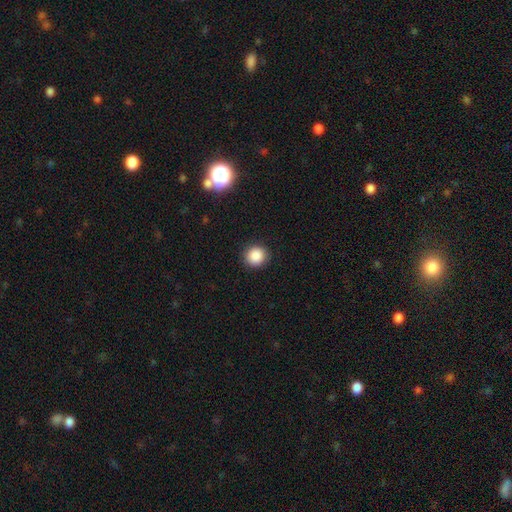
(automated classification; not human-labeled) Morphology: type=smooth (87%); roundness=round (91%); merging=none (91%).